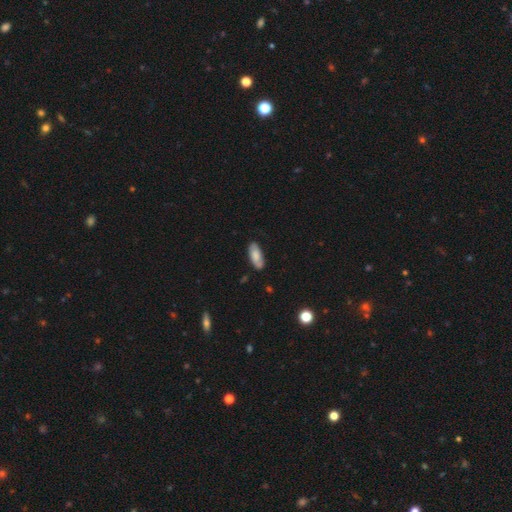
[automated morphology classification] smooth-or-featured: smooth: 68% | featured or disk: 25% | star or artifact: 7%
  how-rounded: in between: 82% | cigar-shaped: 16% | round: 2%
  merging: none: 81% | minor disturbance: 15% | major disturbance: 3% | merger: 2%